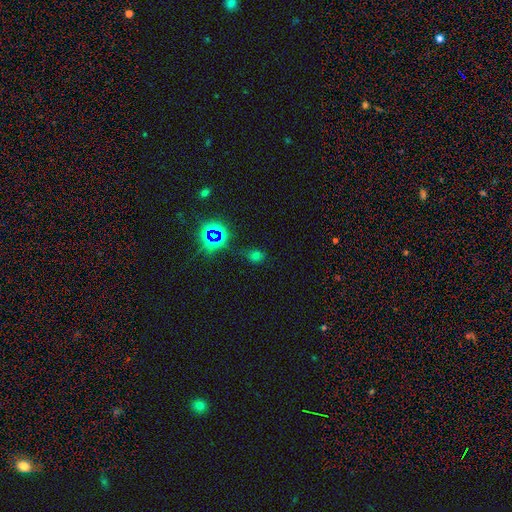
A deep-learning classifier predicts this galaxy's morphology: A smooth galaxy with no disk features (49%).

Vote fractions:
- Smooth or featured? smooth: 49% / star or artifact: 43% / featured or disk: 7%
- Merging? none: 74% / minor disturbance: 16% / major disturbance: 6% / merger: 4%